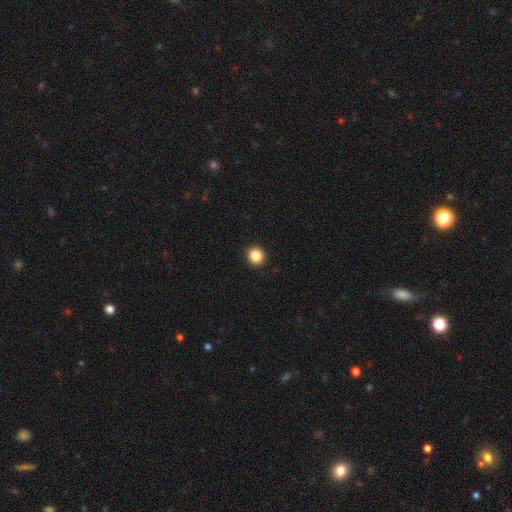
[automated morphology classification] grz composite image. It shows a smooth galaxy with no disk features (87%) that is round (89%). Merging: none (93%).